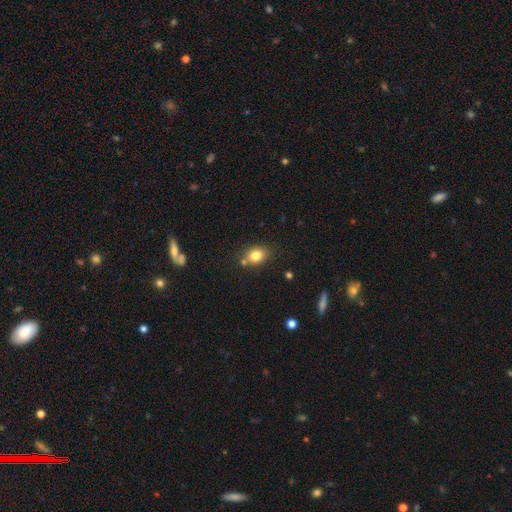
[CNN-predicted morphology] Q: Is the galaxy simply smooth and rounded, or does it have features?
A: smooth — 81%.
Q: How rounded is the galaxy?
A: in between — 54%.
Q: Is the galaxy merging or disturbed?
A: none — 71%.